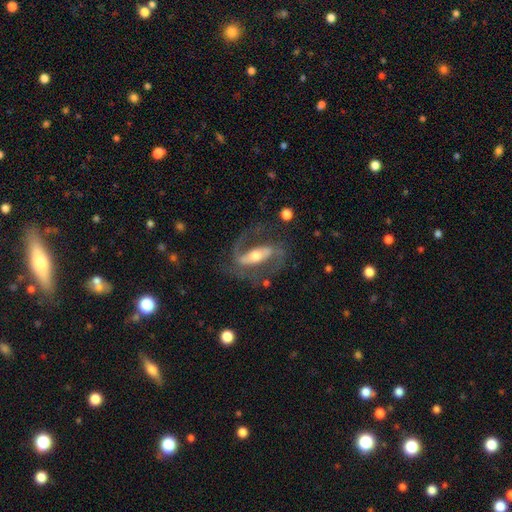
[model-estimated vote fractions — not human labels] Overall: featured or disk (87%). Edge-on disk: no (91%). Bar: strong (60%; weak 24%). Spiral arms: yes (94%). Spiral arm count: 2 (88%). Spiral winding: medium (54%; loose 26%). Bulge size: moderate (59%; small 30%). Merging: none (70%).